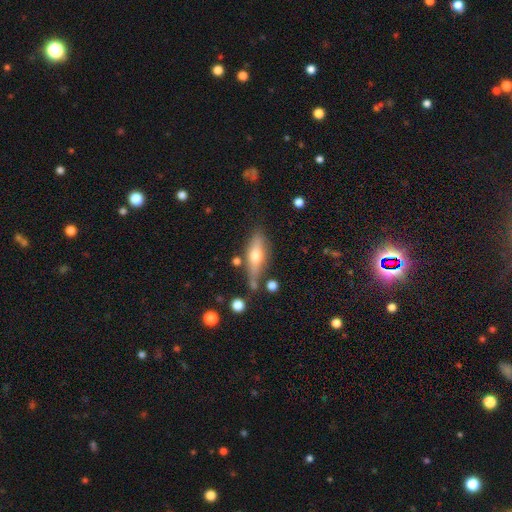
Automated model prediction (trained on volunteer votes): A featured or disk galaxy (48%). Merging: none (69%).